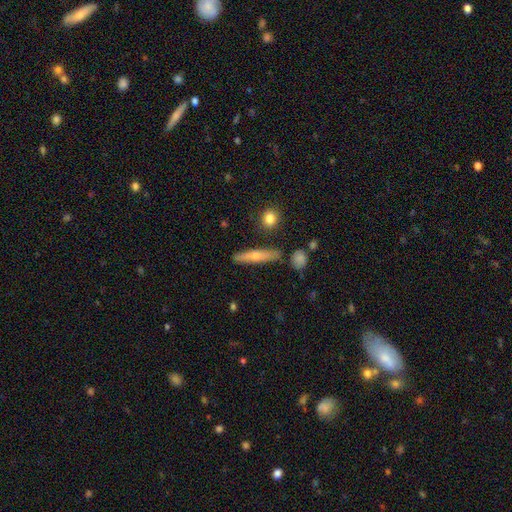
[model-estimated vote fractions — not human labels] Morphology: type=smooth (47%); merging=none (83%).